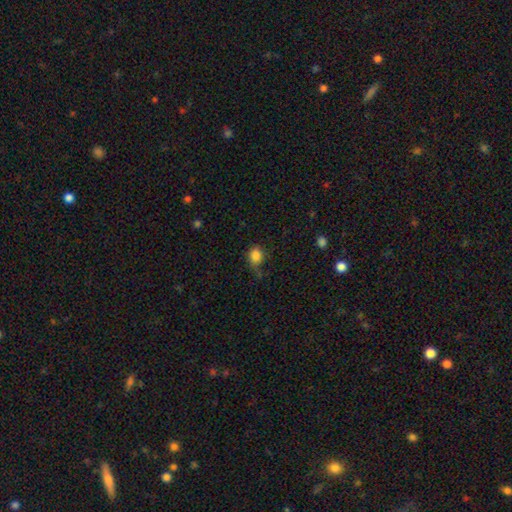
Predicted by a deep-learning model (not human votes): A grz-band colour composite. It shows a smooth galaxy with no disk features (84%) that is in between round and cigar-shaped (49%, tied with round). Merging: none (54%).